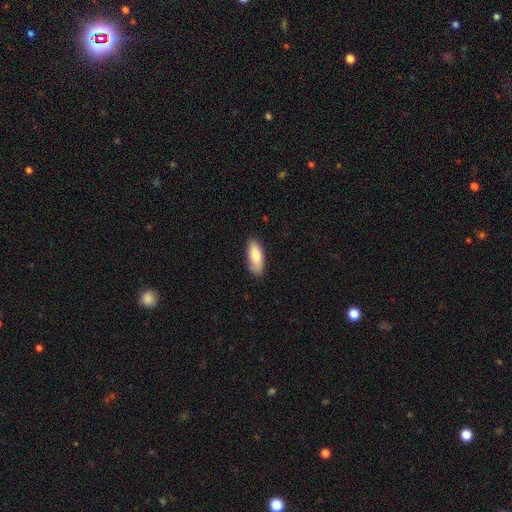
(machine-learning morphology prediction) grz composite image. It shows a smooth galaxy with no disk features (78%) that is in between round and cigar-shaped (77%). Merging: none (80%).